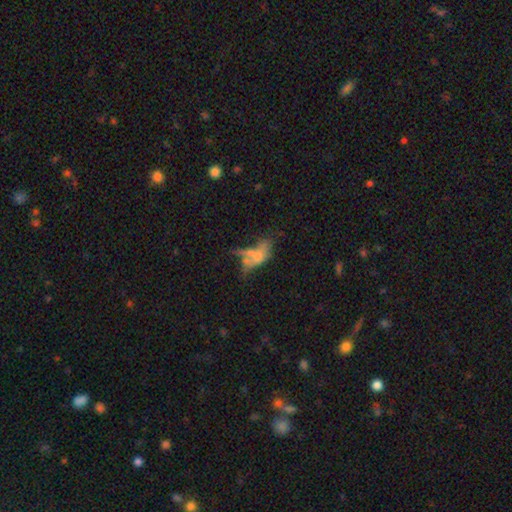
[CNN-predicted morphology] This appears to be a smooth galaxy with no disk features (47%). Merging: merger (44%).